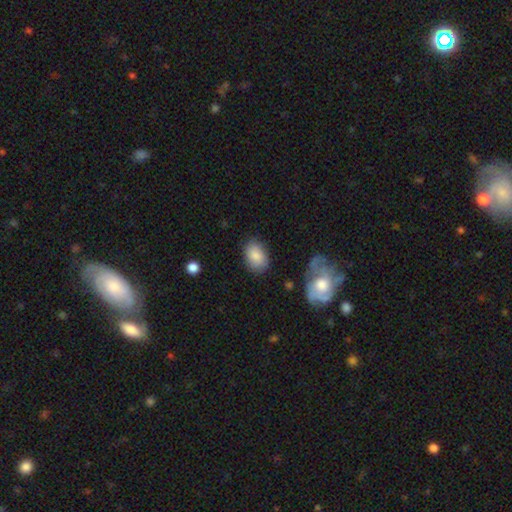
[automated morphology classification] smooth_or_featured: smooth (p=0.84) [alt: featured or disk p=0.09]
how_rounded: in between (p=0.83) [alt: round p=0.16]
merging: none (p=0.79) [alt: minor disturbance p=0.15]